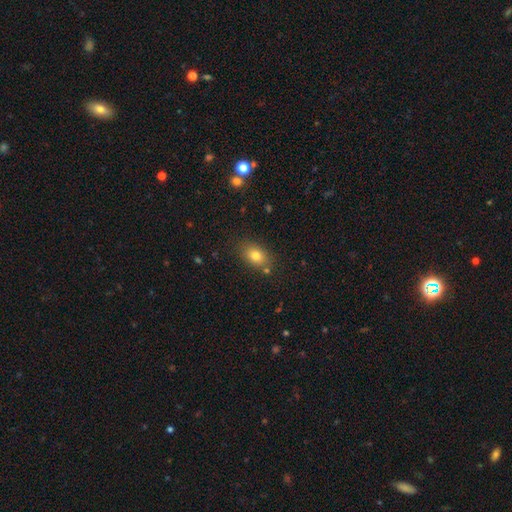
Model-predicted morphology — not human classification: Overall: smooth (79%). How rounded: in between (77%). Merging: none (79%).